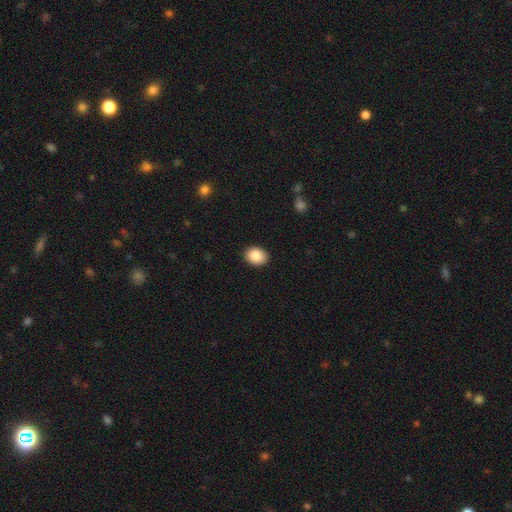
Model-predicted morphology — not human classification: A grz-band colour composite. It shows a smooth galaxy with no disk features (88%) that is in between round and cigar-shaped (62%). Merging: none (89%).